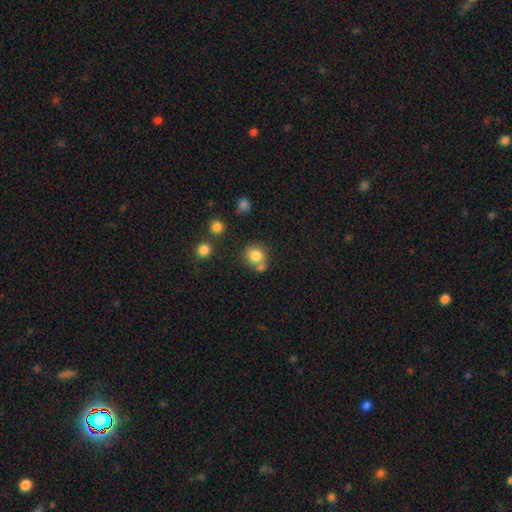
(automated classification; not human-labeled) smooth-or-featured: smooth: 81% | star or artifact: 11% | featured or disk: 8%
  how-rounded: round: 85% | in between: 15% | cigar-shaped: 1%
  merging: none: 60% | merger: 25% | minor disturbance: 11% | major disturbance: 4%